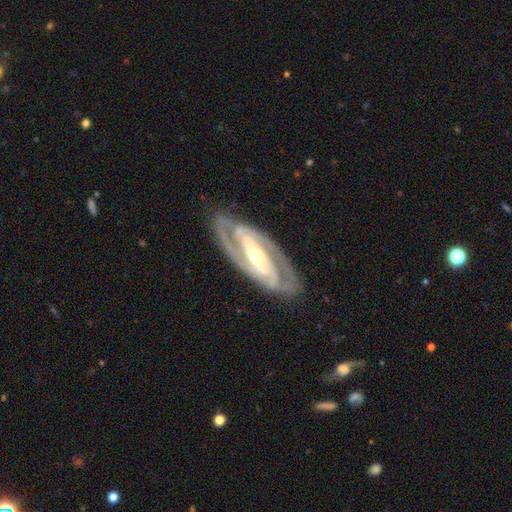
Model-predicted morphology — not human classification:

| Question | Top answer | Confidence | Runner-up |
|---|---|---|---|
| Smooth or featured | featured or disk | 91% | smooth (5%) |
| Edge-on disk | no | 94% | yes (6%) |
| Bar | strong | 59% | weak (25%) |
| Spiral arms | yes | 97% | no (3%) |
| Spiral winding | tight | 51% | medium (42%) |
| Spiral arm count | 2 | 86% | 3 (5%) |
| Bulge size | small | 51% | moderate (44%) |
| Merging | none | 83% | minor disturbance (12%) |